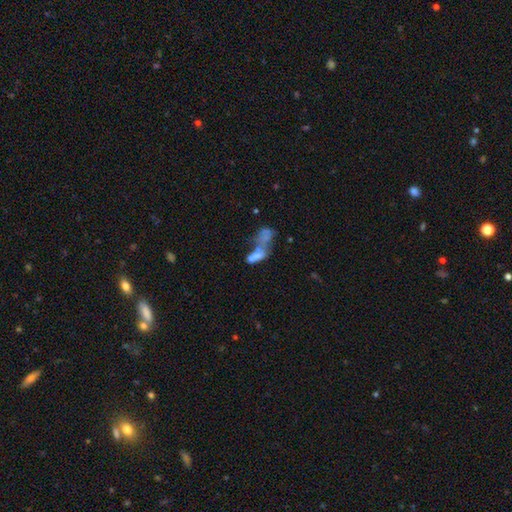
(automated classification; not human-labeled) Smooth or featured? smooth (45%)
Merging? merger (59%)